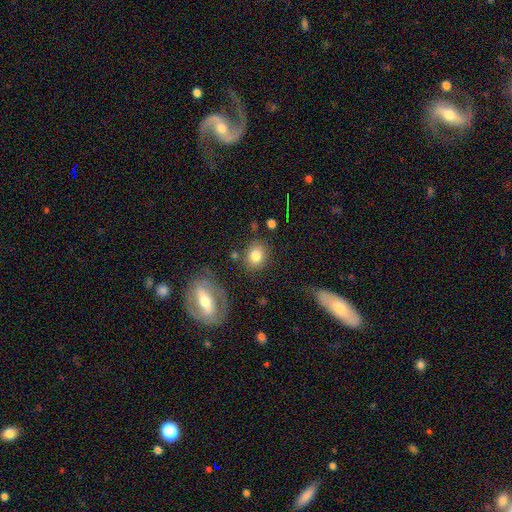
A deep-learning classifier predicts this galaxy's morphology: Q: Smooth or featured?
A: smooth (79%); runner-up: featured or disk (11%)
Q: How rounded?
A: round (63%); runner-up: in between (35%)
Q: Merging?
A: none (78%); runner-up: minor disturbance (12%)